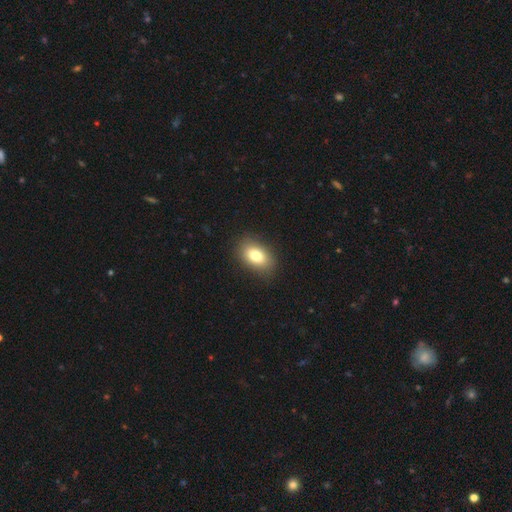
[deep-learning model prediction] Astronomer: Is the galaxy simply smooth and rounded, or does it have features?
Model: smooth — 80%.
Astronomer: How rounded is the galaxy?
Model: in between — 86%.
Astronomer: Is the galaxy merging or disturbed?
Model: none — 87%.